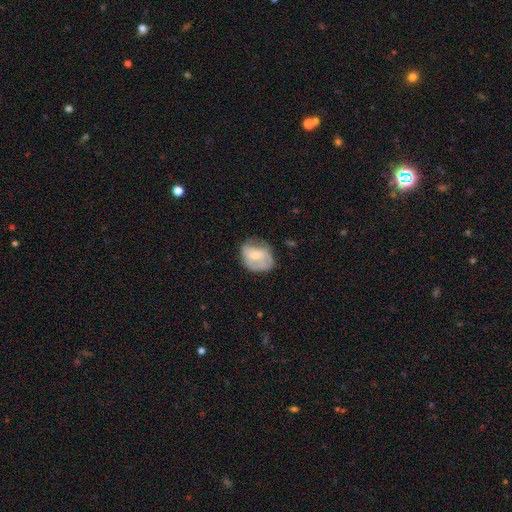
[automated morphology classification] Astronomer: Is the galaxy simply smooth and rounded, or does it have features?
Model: featured or disk — 50% (runner-up: smooth, 42%).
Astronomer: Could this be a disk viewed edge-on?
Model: no — 96%.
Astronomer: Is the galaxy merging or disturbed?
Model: none — 55% (runner-up: minor disturbance, 30%).